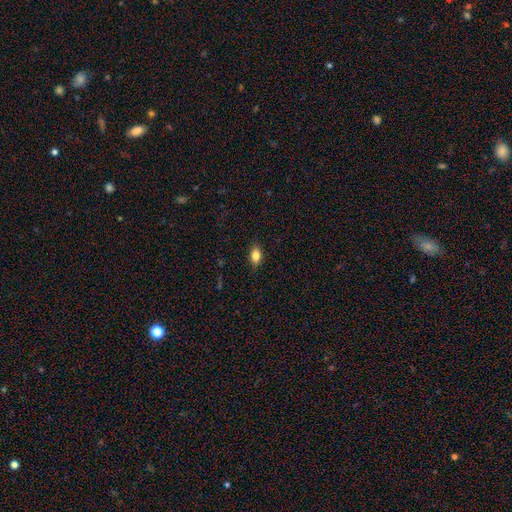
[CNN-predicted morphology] This appears to be a smooth galaxy with no disk features (82%) that is in between round and cigar-shaped (86%). Merging: none (85%).